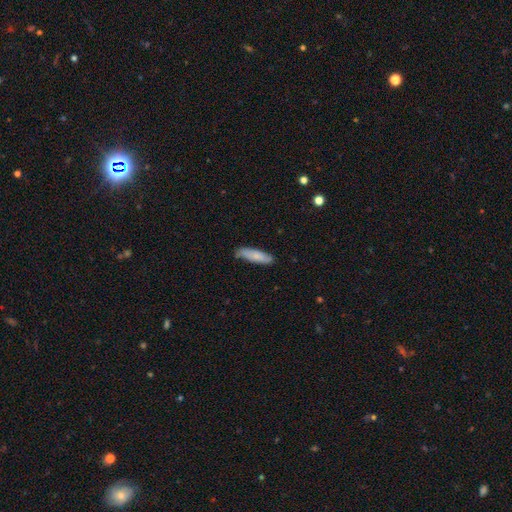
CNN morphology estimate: smooth-or-featured: smooth: 77% | featured or disk: 17% | star or artifact: 6%
  how-rounded: cigar-shaped: 68% | in between: 31% | round: 2%
  merging: none: 77% | minor disturbance: 19% | major disturbance: 3% | merger: 2%